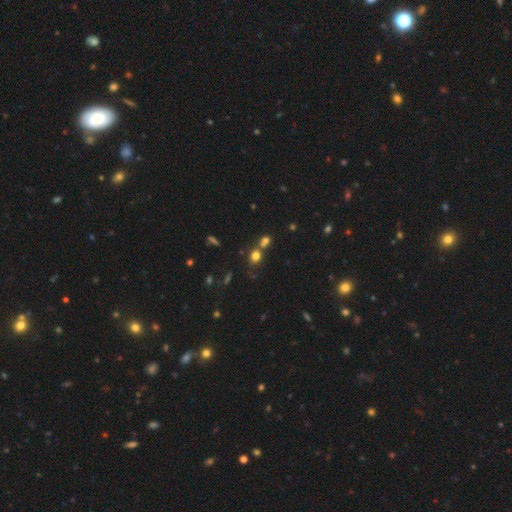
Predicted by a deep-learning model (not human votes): Smooth or featured?
  - smooth: 73% *
  - star or artifact: 19%
  - featured or disk: 9%
How rounded?
  - round: 69% *
  - in between: 29%
  - cigar-shaped: 2%
Merging?
  - none: 51% *
  - merger: 37%
  - minor disturbance: 8%
  - major disturbance: 3%